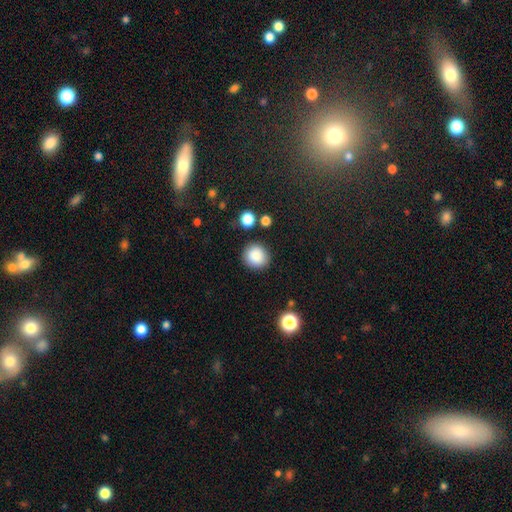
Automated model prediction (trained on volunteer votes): A smooth galaxy with no disk features (87%) that is round (87%).

Vote fractions:
- Smooth or featured? smooth: 87% / star or artifact: 9% / featured or disk: 4%
- How rounded? round: 87% / in between: 12% / cigar-shaped: 1%
- Merging? none: 86% / minor disturbance: 9% / major disturbance: 3% / merger: 3%